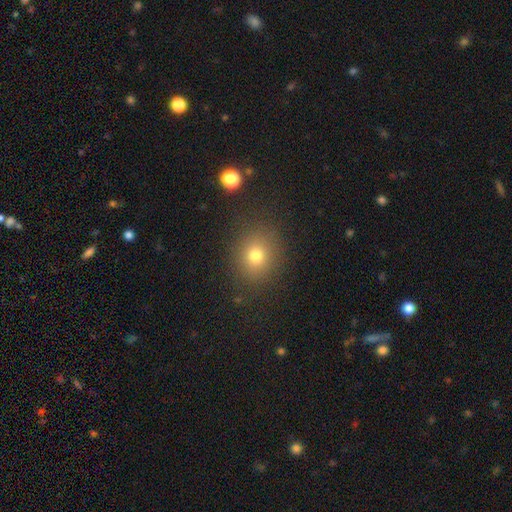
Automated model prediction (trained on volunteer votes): smooth_or_featured: smooth (p=0.75) [alt: star or artifact p=0.16]
how_rounded: round (p=0.73) [alt: in between p=0.26]
merging: none (p=0.85) [alt: minor disturbance p=0.09]